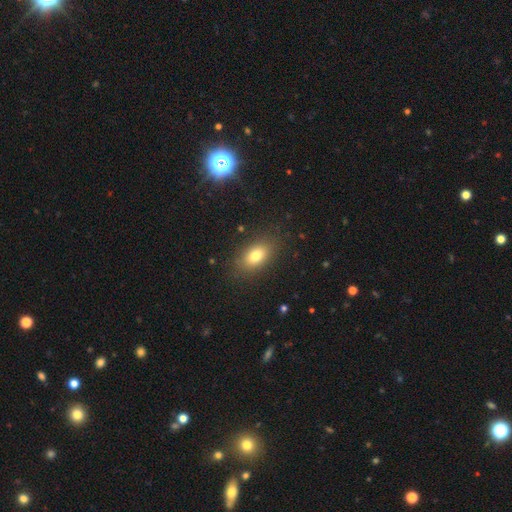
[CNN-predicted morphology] smooth-or-featured: smooth: 79% | featured or disk: 11% | star or artifact: 10%
  how-rounded: in between: 86% | round: 10% | cigar-shaped: 3%
  merging: none: 84% | minor disturbance: 10% | major disturbance: 4% | merger: 1%